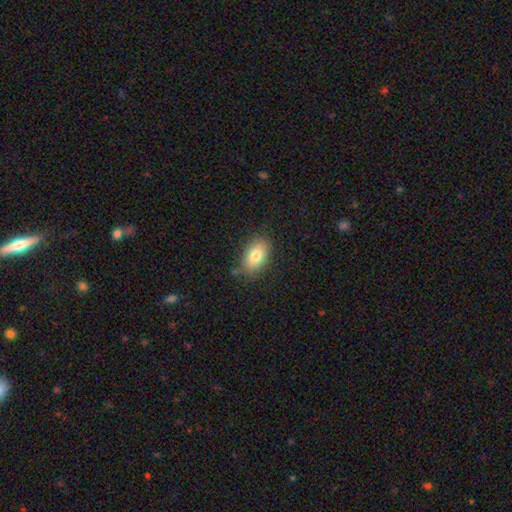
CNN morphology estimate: A smooth galaxy with no disk features (80%) that is in between round and cigar-shaped (90%).

Vote fractions:
- Smooth or featured? smooth: 80% / featured or disk: 12% / star or artifact: 8%
- How rounded? in between: 90% / round: 8% / cigar-shaped: 2%
- Merging? none: 79% / minor disturbance: 15% / major disturbance: 3% / merger: 2%